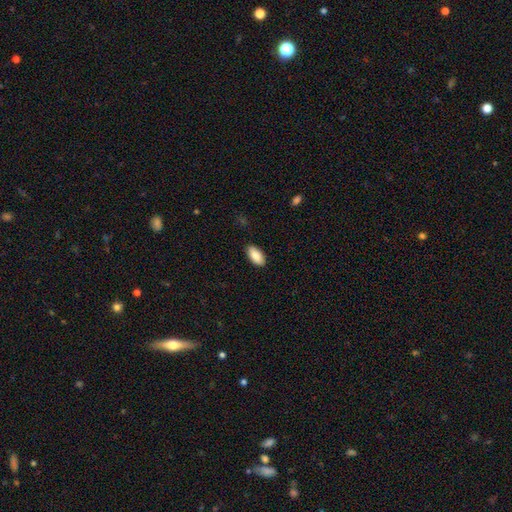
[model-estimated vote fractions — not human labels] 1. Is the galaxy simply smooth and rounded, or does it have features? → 87% smooth, 7% featured or disk, 6% star or artifact.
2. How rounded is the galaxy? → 92% in between, 6% cigar-shaped, 2% round.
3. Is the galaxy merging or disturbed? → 89% none, 8% minor disturbance, 2% major disturbance, 1% merger.